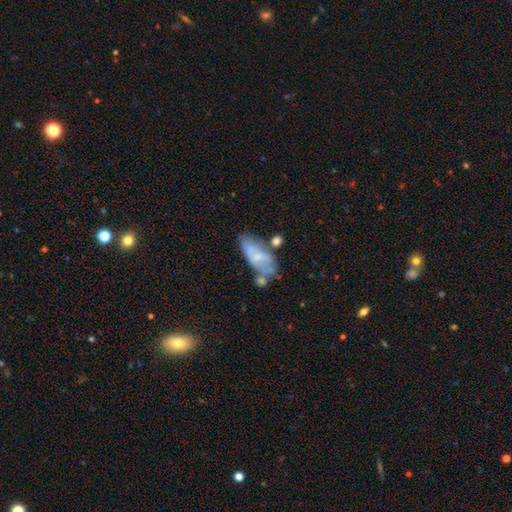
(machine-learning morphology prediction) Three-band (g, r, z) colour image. It shows a smooth galaxy with no disk features (49%). Merging: none (43%).